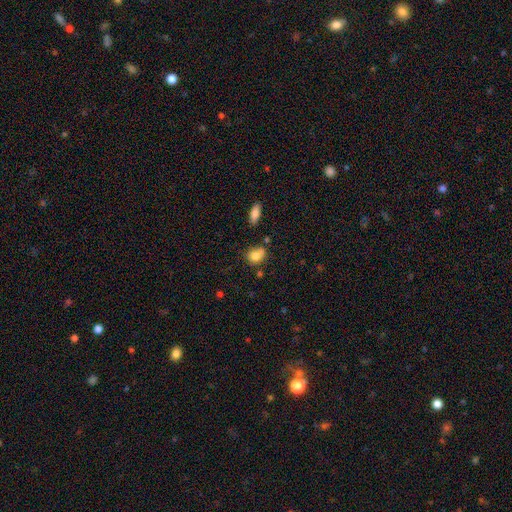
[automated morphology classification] Overall: smooth (79%). How rounded: round (55%; in between 43%). Merging: none (47%; merger 23%).